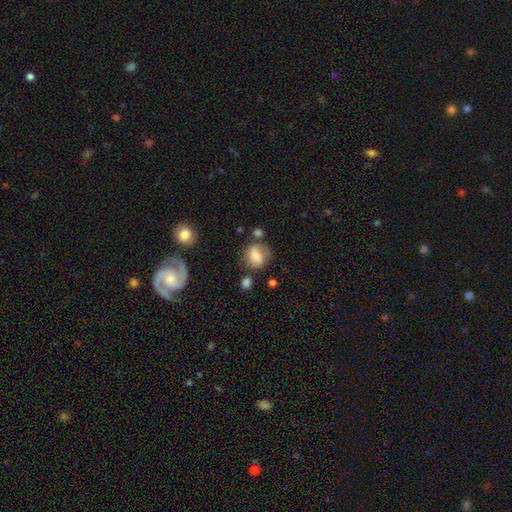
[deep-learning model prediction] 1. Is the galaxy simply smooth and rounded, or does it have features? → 63% smooth, 27% featured or disk, 10% star or artifact.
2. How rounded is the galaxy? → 56% round, 42% in between, 1% cigar-shaped.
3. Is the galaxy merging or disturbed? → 54% none, 24% minor disturbance, 12% major disturbance, 10% merger.